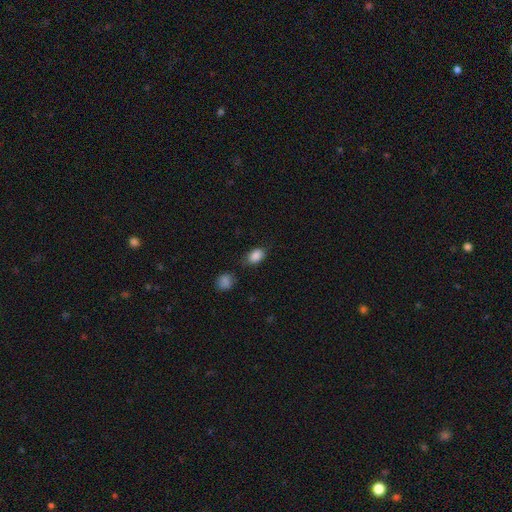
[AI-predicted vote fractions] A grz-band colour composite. It shows a smooth galaxy with no disk features (86%) that is in between round and cigar-shaped (84%). Merging: none (68%).